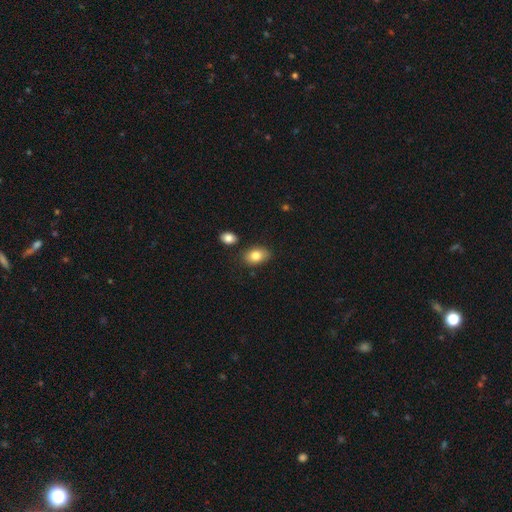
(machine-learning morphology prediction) A smooth galaxy with no disk features (82%) that is in between round and cigar-shaped (86%).

Vote fractions:
- Smooth or featured? smooth: 82% / featured or disk: 10% / star or artifact: 8%
- How rounded? in between: 86% / round: 13% / cigar-shaped: 1%
- Merging? none: 81% / minor disturbance: 11% / merger: 5% / major disturbance: 3%